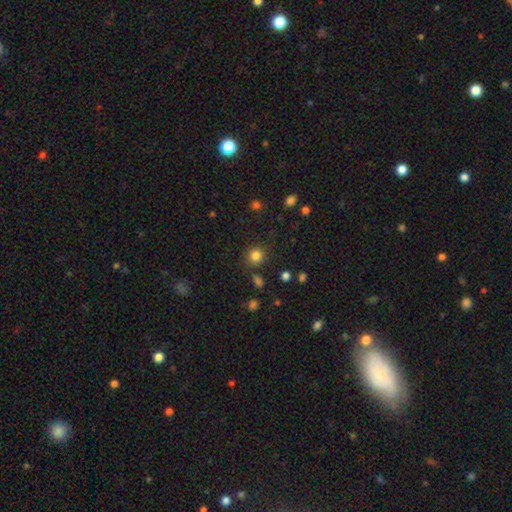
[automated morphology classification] Overall: smooth (82%). How rounded: round (88%). Merging: none (84%).